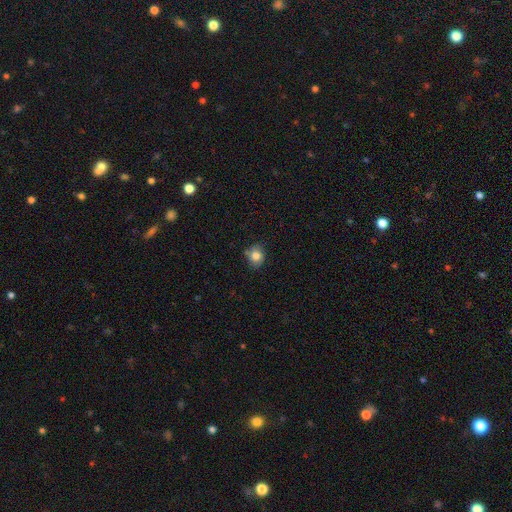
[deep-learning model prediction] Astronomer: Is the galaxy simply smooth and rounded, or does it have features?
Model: smooth — 82%.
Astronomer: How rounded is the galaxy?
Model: round — 69%.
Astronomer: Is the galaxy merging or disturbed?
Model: none — 71%.